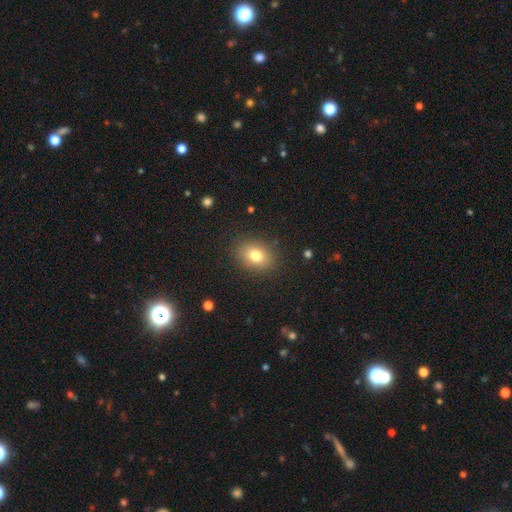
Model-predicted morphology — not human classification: Smooth or featured? smooth (79%)
How rounded? in between (64%)
Merging? none (87%)